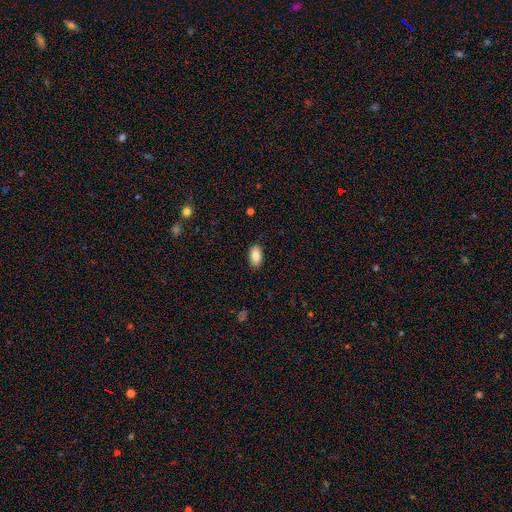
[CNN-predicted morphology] The model was most divided on "smooth or featured": smooth: 86%, star or artifact: 7%, featured or disk: 7%. More confident: how rounded — in between (94%); merging — none (88%).